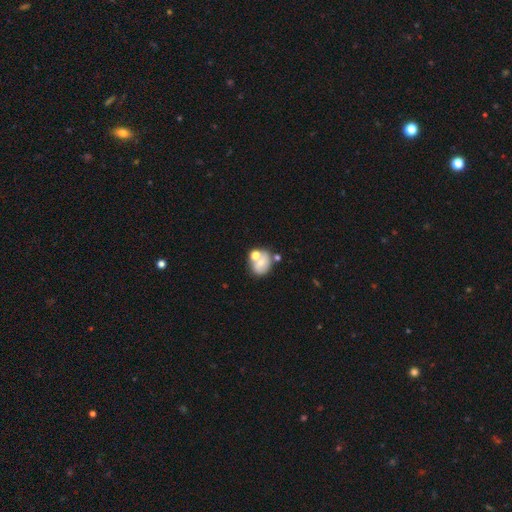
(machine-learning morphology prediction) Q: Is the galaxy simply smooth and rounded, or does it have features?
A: smooth — 55%.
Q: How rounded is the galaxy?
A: round — 56%.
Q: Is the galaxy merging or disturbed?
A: none — 44%.